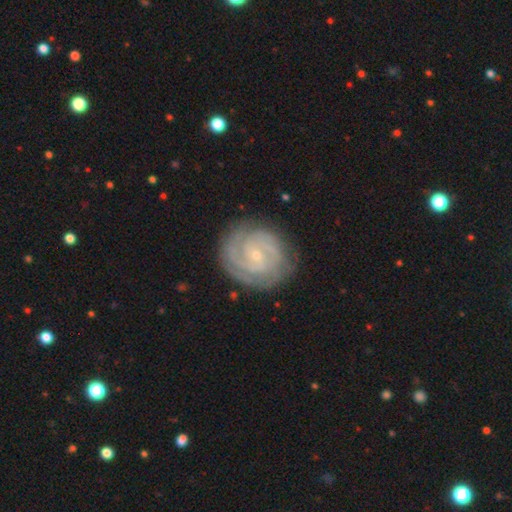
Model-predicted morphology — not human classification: featured or disk 88%, smooth 7%, star or artifact 5%. Down the decision tree: edge-on disk — no (98%); bar — no (57%); spiral arms — yes (98%); spiral arm count — 2 (41%); spiral winding — tight (78%); bulge size — small (83%); merging — none (83%).